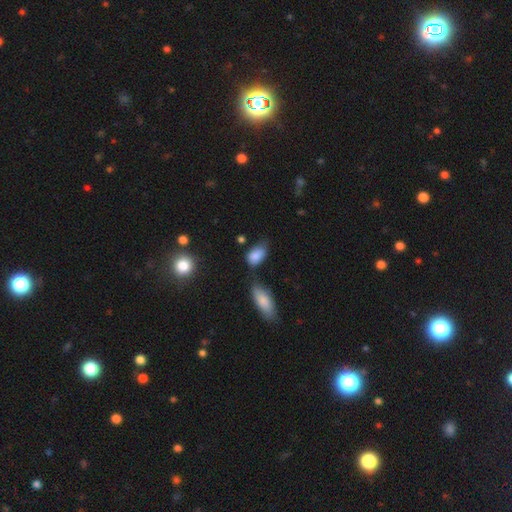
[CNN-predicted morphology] Smooth or featured?
  - smooth: 85% *
  - star or artifact: 8%
  - featured or disk: 7%
How rounded?
  - in between: 89% *
  - round: 8%
  - cigar-shaped: 3%
Merging?
  - none: 48% *
  - minor disturbance: 31%
  - merger: 13%
  - major disturbance: 8%